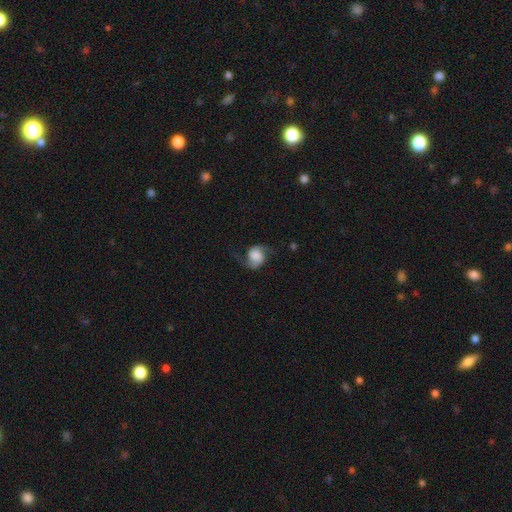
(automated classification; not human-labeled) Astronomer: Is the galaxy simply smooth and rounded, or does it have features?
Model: featured or disk — 64%.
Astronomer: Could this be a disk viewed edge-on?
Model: no — 97%.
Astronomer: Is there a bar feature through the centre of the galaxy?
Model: no — 70%.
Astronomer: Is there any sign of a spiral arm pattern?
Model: yes — 94%.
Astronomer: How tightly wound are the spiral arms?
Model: loose — 68%.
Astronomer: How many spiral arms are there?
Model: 2 — 89%.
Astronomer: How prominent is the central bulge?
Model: large — 32% (runner-up: dominant, 31%).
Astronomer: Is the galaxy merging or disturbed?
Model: none — 64%.